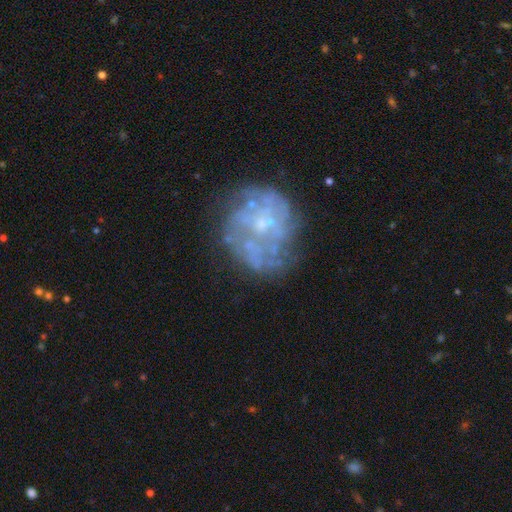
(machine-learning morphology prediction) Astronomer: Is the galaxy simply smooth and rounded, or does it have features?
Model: featured or disk — 72%.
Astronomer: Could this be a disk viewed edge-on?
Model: no — 98%.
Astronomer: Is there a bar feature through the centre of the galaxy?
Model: no — 85%.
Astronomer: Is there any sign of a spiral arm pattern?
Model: no — 64%.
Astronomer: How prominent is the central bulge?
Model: small — 54%.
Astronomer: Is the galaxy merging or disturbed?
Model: none — 54%.